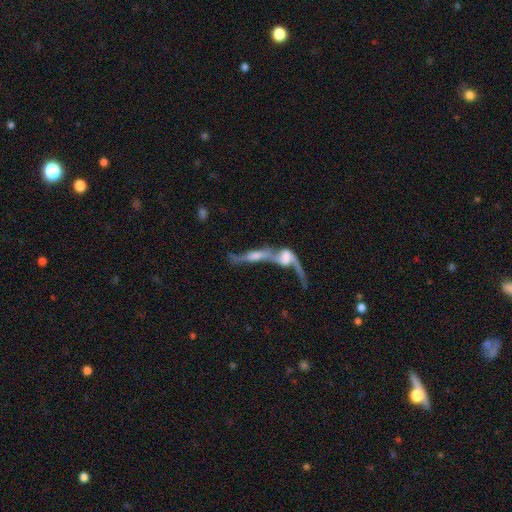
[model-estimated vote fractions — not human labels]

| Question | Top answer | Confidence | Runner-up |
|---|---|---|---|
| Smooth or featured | featured or disk | 64% | smooth (27%) |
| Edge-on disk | no | 56% | yes (44%) |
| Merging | merger | 78% | none (10%) |